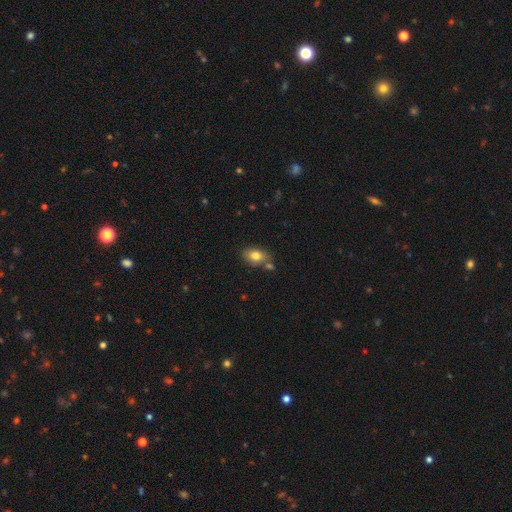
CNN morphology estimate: The model was most divided on "merging": none: 67%, minor disturbance: 16%, merger: 14%, major disturbance: 4%. More confident: smooth or featured — smooth (80%); how rounded — in between (77%).